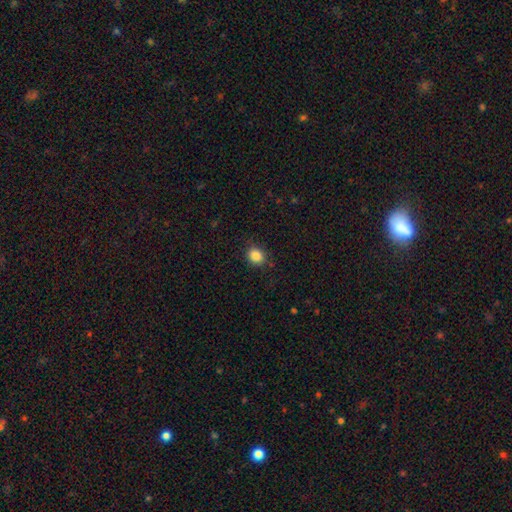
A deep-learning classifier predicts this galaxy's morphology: Smooth or featured: smooth — 86% (star or artifact — 10%)
How rounded: round — 70% (in between — 29%)
Merging: none — 86% (minor disturbance — 10%)